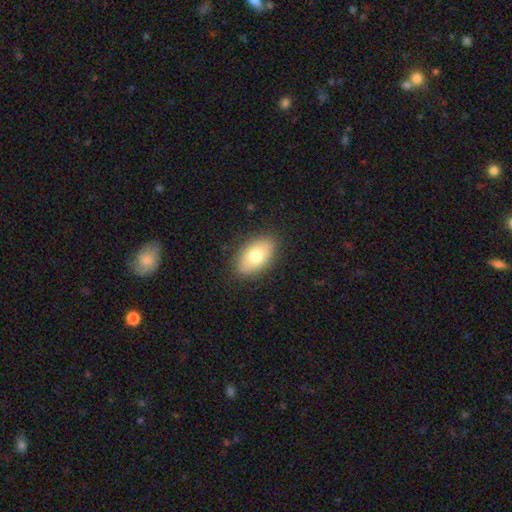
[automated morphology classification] Overall: smooth (75%). How rounded: in between (92%). Merging: none (87%).